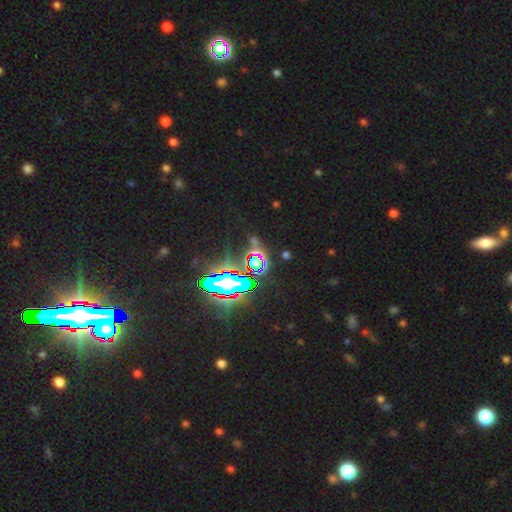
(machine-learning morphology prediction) Overall: star or artifact (74%).